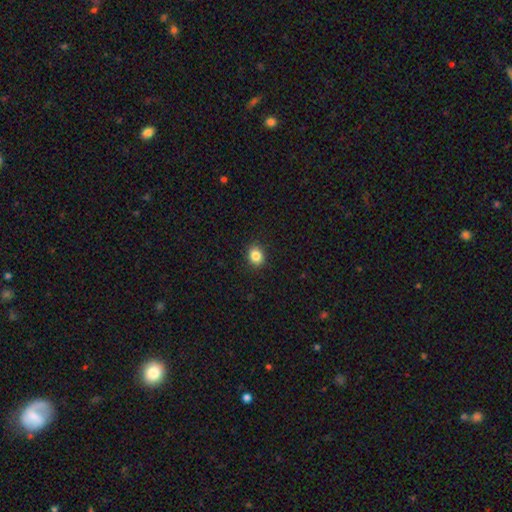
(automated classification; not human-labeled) This appears to be a smooth galaxy with no disk features (85%) that is round (65%). Merging: none (90%).